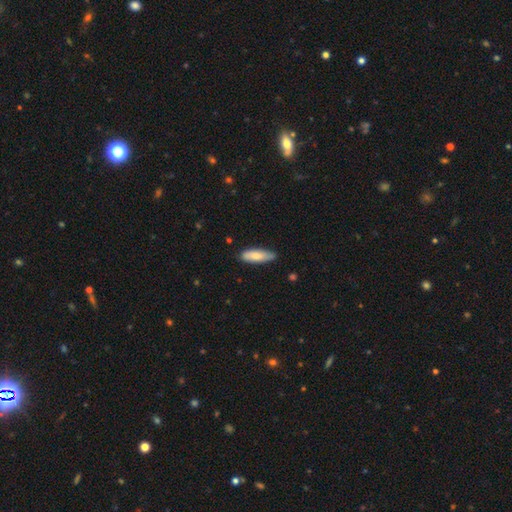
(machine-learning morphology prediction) smooth_or_featured: smooth (p=0.76) [alt: featured or disk p=0.19]
how_rounded: in between (p=0.51) [alt: cigar-shaped p=0.47]
merging: none (p=0.79) [alt: minor disturbance p=0.18]